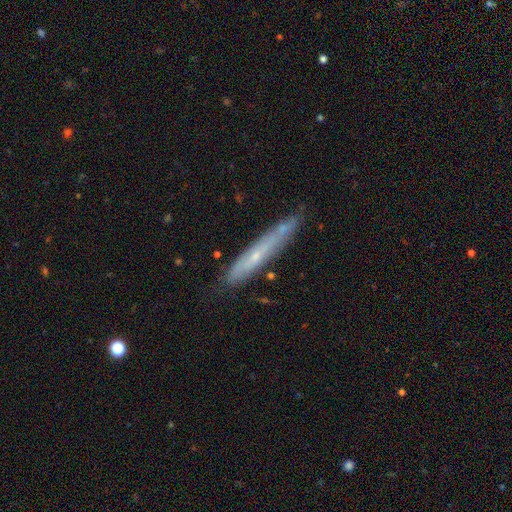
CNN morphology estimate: Overall: featured or disk (51%; smooth 41%). Edge-on disk: yes (74%). Merging: none (73%).